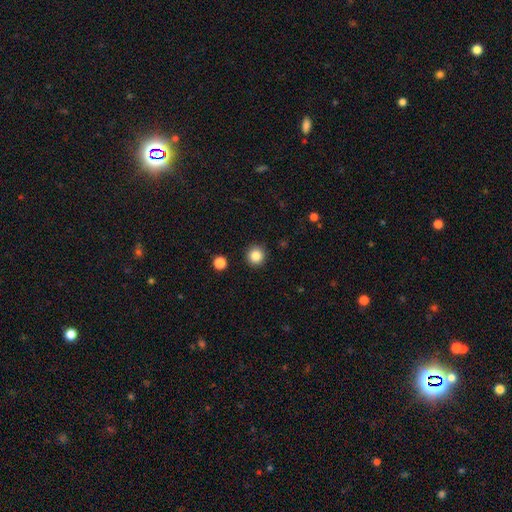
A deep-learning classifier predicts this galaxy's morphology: A smooth galaxy with no disk features (86%) that is round (94%). Merging: none (92%).